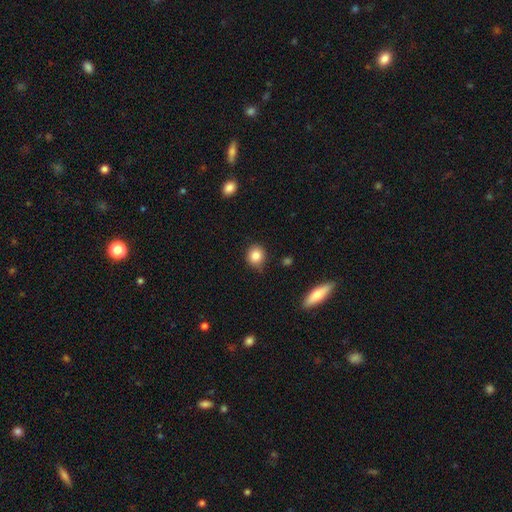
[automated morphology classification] Q: Smooth or featured?
A: smooth (84%); runner-up: star or artifact (9%)
Q: How rounded?
A: round (82%); runner-up: in between (16%)
Q: Merging?
A: none (83%); runner-up: minor disturbance (13%)